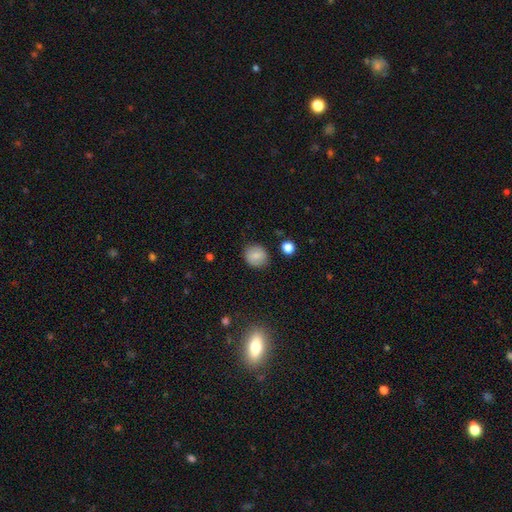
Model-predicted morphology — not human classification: A smooth galaxy with no disk features (80%) that is round (82%). Merging: none (86%).